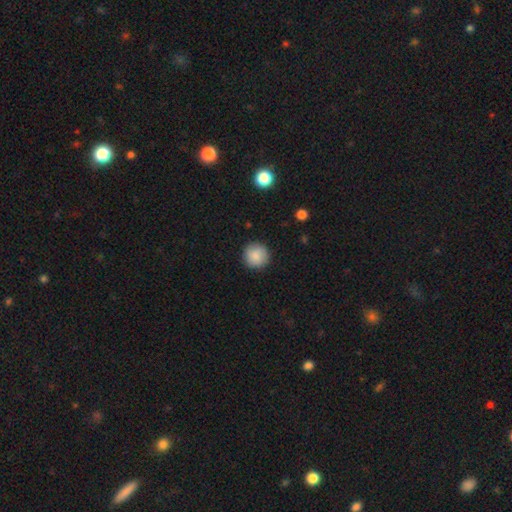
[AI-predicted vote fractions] A smooth galaxy with no disk features (88%) that is round (95%).

Vote fractions:
- Smooth or featured? smooth: 88% / star or artifact: 8% / featured or disk: 5%
- How rounded? round: 95% / in between: 4% / cigar-shaped: 1%
- Merging? none: 90% / minor disturbance: 7% / major disturbance: 2% / merger: 1%